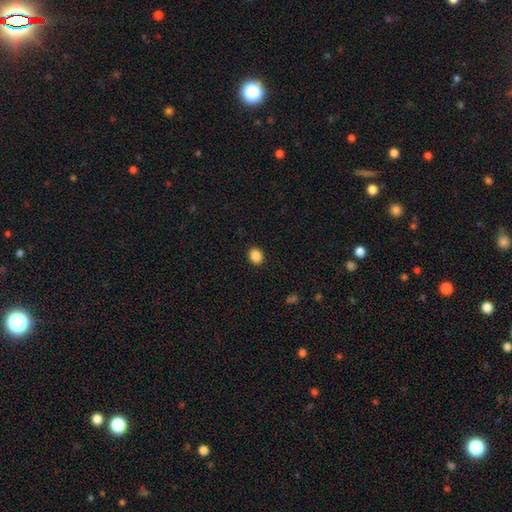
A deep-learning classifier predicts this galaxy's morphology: Overall: smooth (87%). How rounded: round (58%; in between 41%). Merging: none (91%).